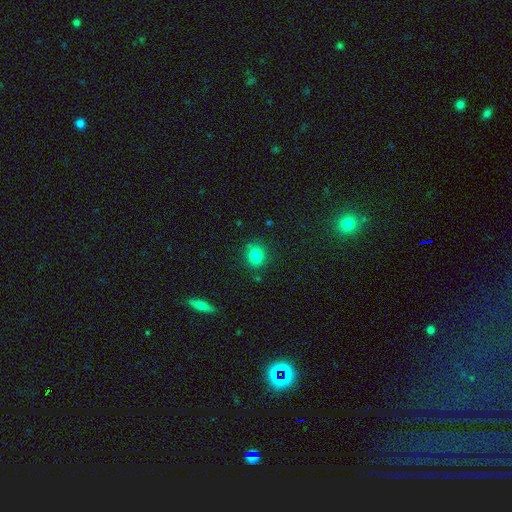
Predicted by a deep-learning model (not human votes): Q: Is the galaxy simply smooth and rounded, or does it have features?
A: smooth — 82%.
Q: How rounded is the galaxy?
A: round — 76%.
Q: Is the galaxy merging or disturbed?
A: none — 86%.